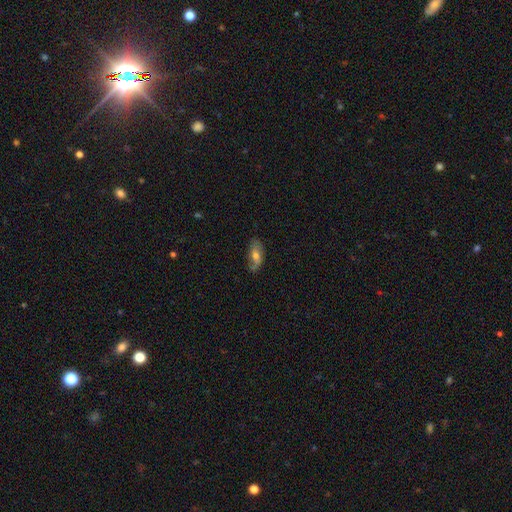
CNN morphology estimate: The model was most divided on "smooth or featured": smooth: 58%, featured or disk: 33%, star or artifact: 8%. More confident: how rounded — in between (84%); merging — none (63%).